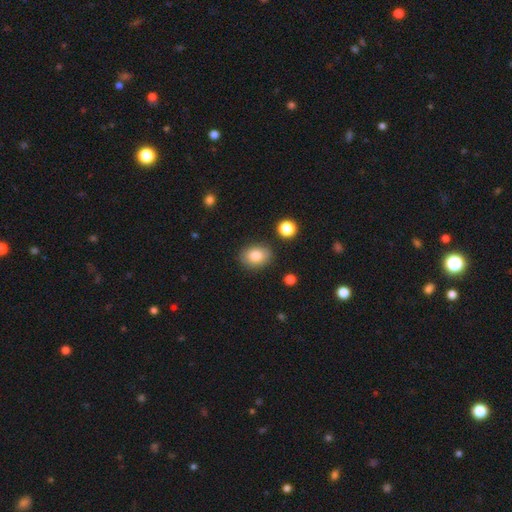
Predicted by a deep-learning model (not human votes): A smooth galaxy with no disk features (83%) that is in between round and cigar-shaped (64%). Merging: none (86%).